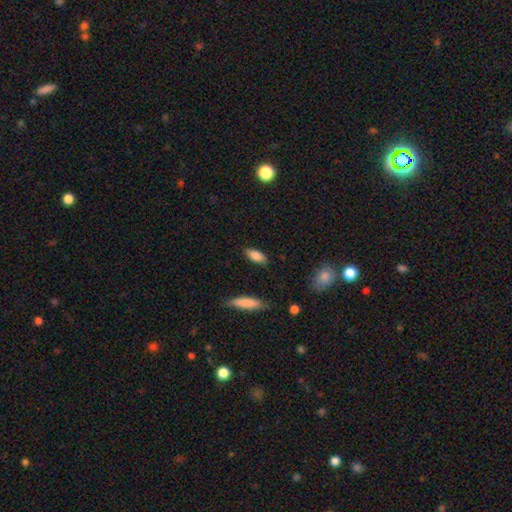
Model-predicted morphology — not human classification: smooth 85%, featured or disk 8%, star or artifact 7%. Down the decision tree: how rounded — in between (81%); merging — none (87%).